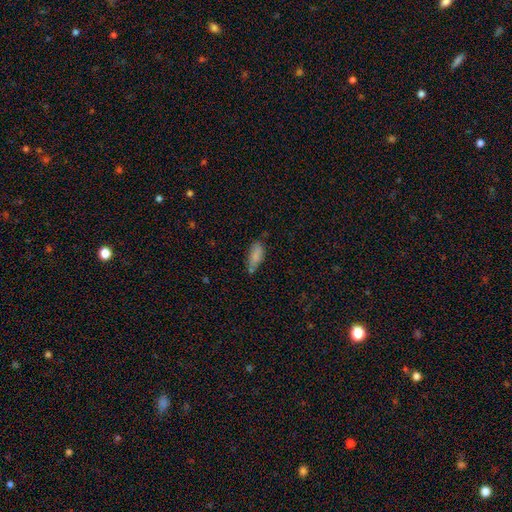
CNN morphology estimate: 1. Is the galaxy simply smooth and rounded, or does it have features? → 81% smooth, 10% featured or disk, 9% star or artifact.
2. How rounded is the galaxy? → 78% in between, 20% cigar-shaped, 2% round.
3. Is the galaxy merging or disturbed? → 52% none, 30% minor disturbance, 11% merger, 8% major disturbance.